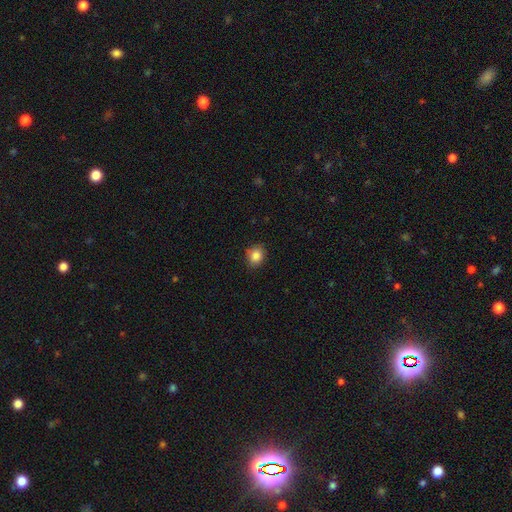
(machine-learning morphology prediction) smooth-or-featured: smooth: 86% | star or artifact: 9% | featured or disk: 5%
  how-rounded: round: 65% | in between: 34% | cigar-shaped: 1%
  merging: none: 83% | minor disturbance: 13% | major disturbance: 3% | merger: 1%